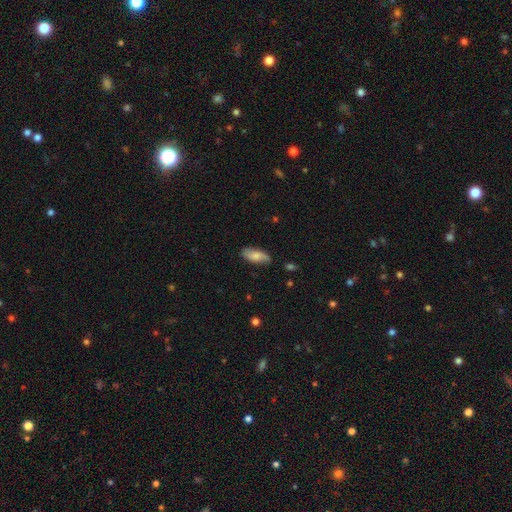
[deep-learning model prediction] smooth_or_featured: smooth (p=0.63) [alt: featured or disk p=0.30]
how_rounded: in between (p=0.83) [alt: cigar-shaped p=0.15]
merging: none (p=0.77) [alt: minor disturbance p=0.18]